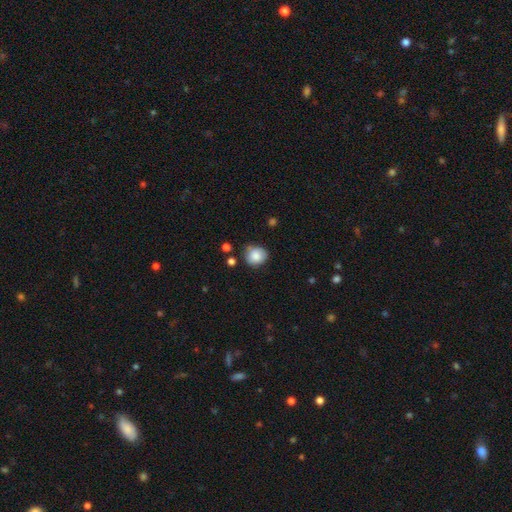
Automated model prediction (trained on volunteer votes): smooth 83%, star or artifact 8%, featured or disk 8%. Down the decision tree: how rounded — round (81%); merging — none (72%).